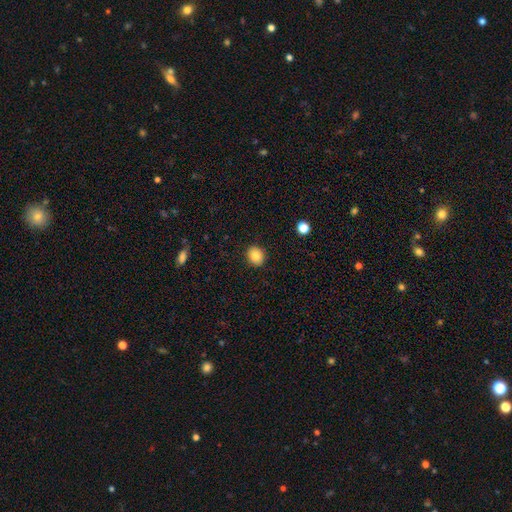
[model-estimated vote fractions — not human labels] Overall: smooth (85%). How rounded: round (65%; in between 34%). Merging: none (90%).